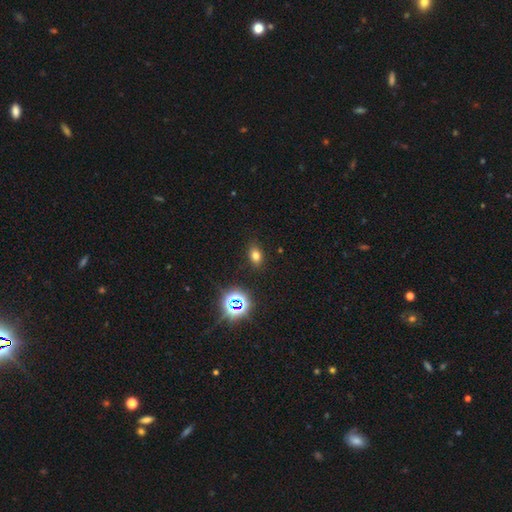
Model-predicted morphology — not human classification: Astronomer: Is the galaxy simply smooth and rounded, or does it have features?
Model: smooth — 70%.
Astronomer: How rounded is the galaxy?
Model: in between — 76%.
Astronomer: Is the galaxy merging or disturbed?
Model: none — 85%.